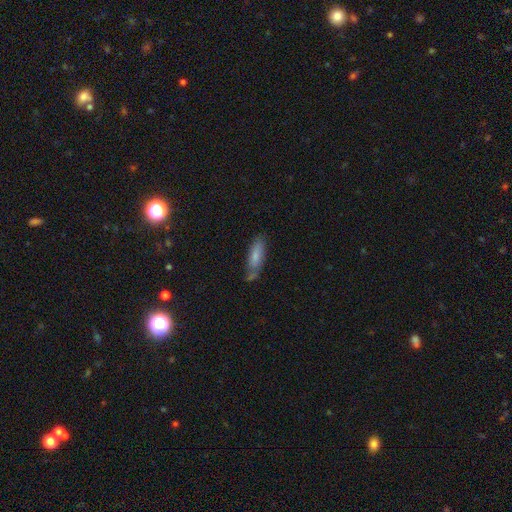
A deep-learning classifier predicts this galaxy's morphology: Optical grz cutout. It shows a smooth galaxy with no disk features (73%) that is in between round and cigar-shaped (54%). Merging: none (59%).